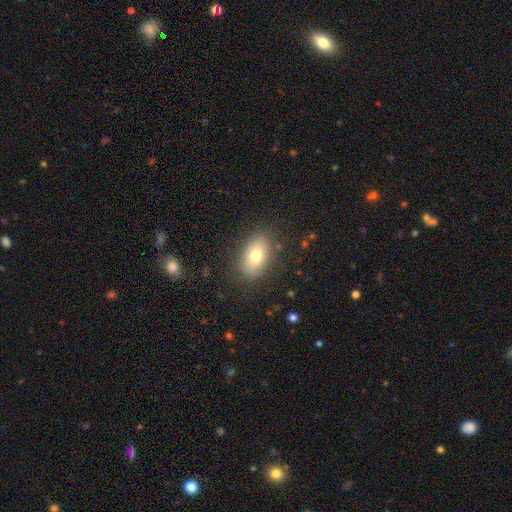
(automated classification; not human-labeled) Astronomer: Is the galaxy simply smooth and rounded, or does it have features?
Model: smooth — 74%.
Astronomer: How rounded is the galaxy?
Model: in between — 87%.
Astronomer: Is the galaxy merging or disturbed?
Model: none — 84%.